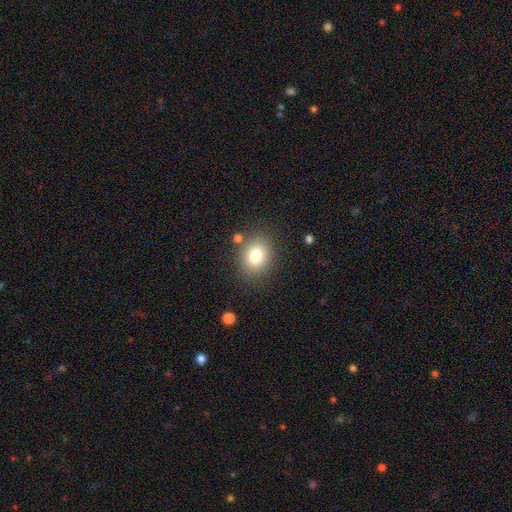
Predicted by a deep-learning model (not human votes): Overall: smooth (79%). How rounded: round (57%; in between 43%). Merging: none (81%).